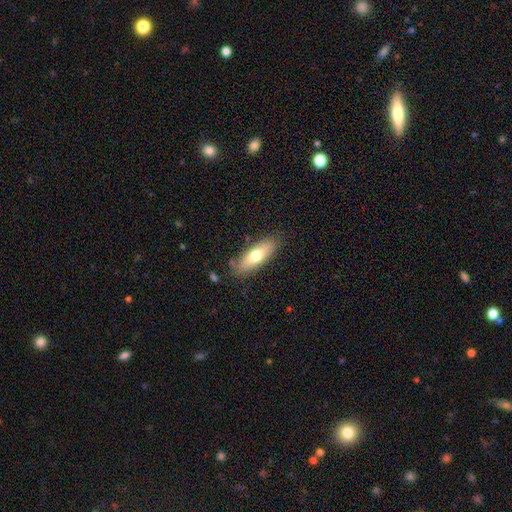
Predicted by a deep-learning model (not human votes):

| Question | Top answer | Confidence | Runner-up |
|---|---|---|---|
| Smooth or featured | smooth | 66% | featured or disk (28%) |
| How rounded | in between | 58% | cigar-shaped (40%) |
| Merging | none | 82% | minor disturbance (13%) |